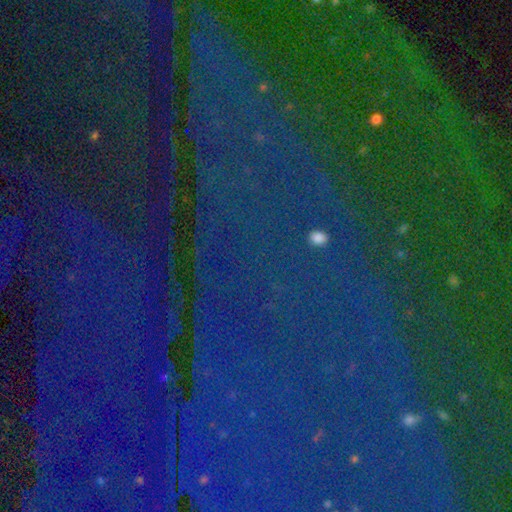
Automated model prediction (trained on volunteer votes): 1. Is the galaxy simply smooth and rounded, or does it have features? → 86% star or artifact, 8% smooth, 7% featured or disk.